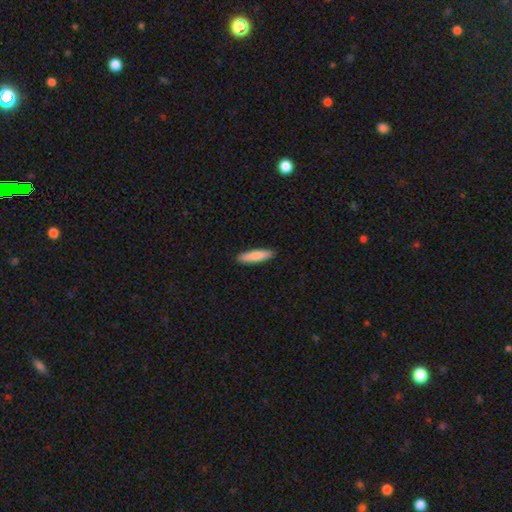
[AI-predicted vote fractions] A smooth galaxy with no disk features (83%) that is cigar-shaped (79%). Merging: none (91%).